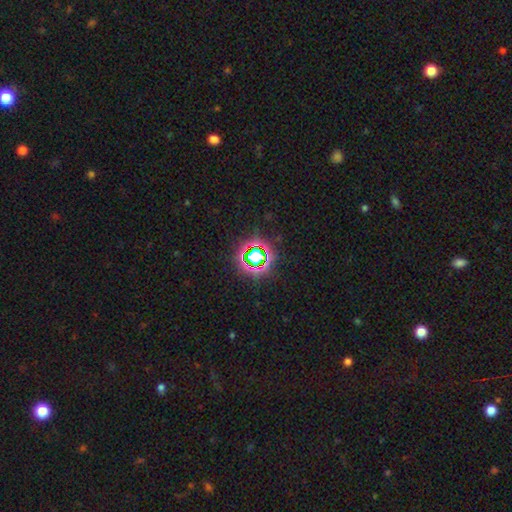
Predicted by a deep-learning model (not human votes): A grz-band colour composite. It shows a star or artifact, not a galaxy (69%).